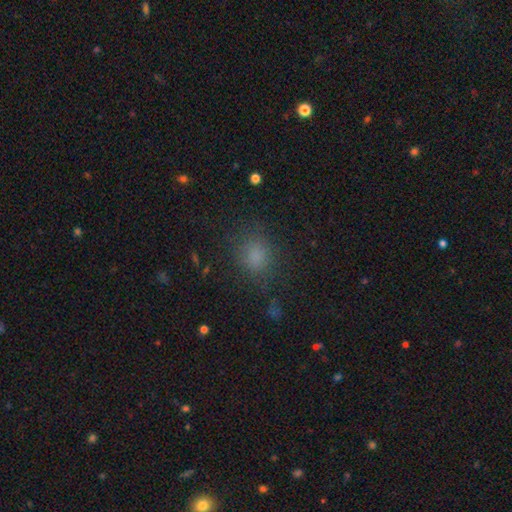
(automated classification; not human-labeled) smooth 78%, star or artifact 16%, featured or disk 6%. Down the decision tree: how rounded — round (66%); merging — none (79%).